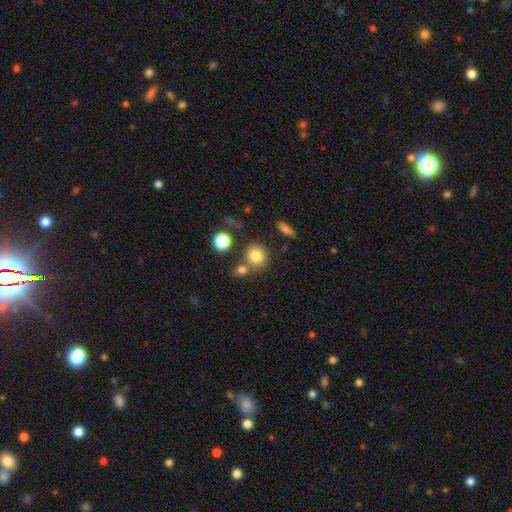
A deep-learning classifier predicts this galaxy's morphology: This appears to be a smooth galaxy with no disk features (80%) that is round (82%). Merging: none (65%).